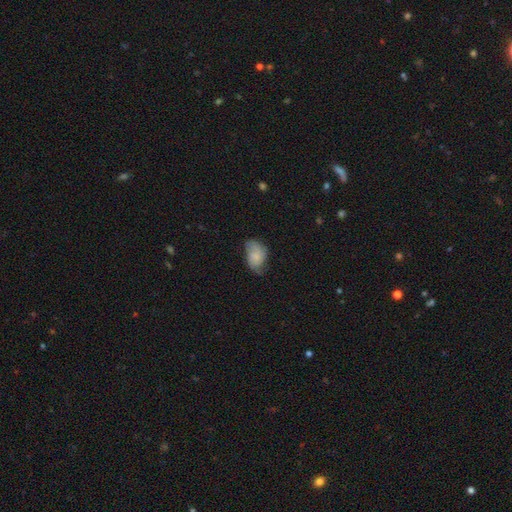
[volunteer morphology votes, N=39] smooth-or-featured: smooth: 69% | featured or disk: 26% | star or artifact: 5%
  how-rounded: in between: 93% | round: 4% | cigar-shaped: 4%
  merging: major disturbance: 43% | minor disturbance: 38% | none: 19% | merger: 0%